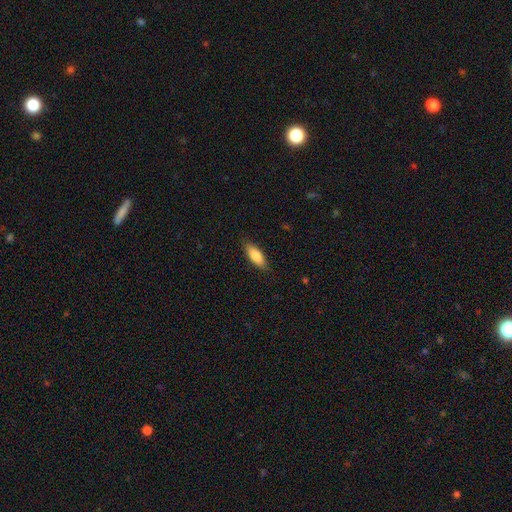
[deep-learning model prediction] smooth-or-featured: smooth: 82% | featured or disk: 12% | star or artifact: 6%
  how-rounded: in between: 67% | cigar-shaped: 31% | round: 2%
  merging: none: 85% | minor disturbance: 12% | major disturbance: 2% | merger: 1%